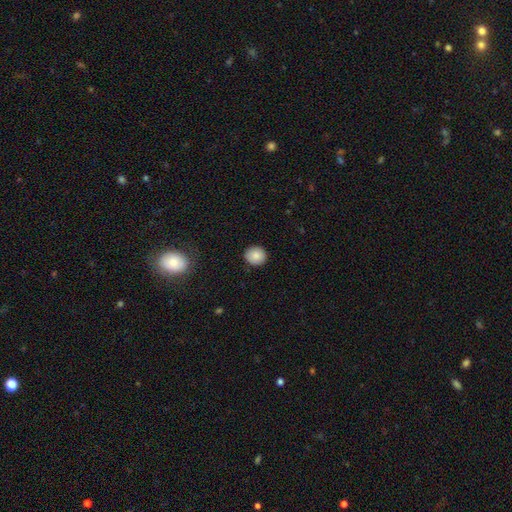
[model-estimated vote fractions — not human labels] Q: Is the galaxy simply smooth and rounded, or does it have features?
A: smooth — 86%.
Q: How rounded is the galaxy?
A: round — 88%.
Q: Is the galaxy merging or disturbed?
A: none — 90%.